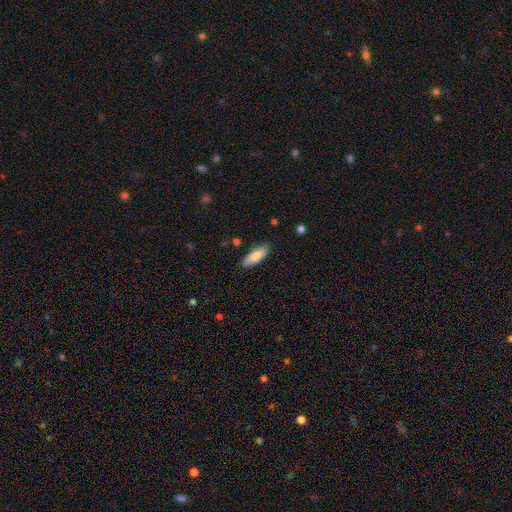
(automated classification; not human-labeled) Smooth or featured?
  - smooth: 85% *
  - featured or disk: 9%
  - star or artifact: 6%
How rounded?
  - in between: 61% *
  - cigar-shaped: 38%
  - round: 2%
Merging?
  - none: 86% *
  - minor disturbance: 10%
  - major disturbance: 2%
  - merger: 1%